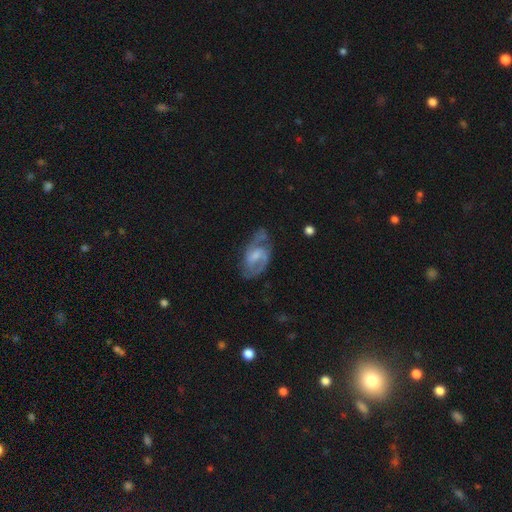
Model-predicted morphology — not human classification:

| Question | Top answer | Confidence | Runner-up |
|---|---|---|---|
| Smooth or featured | featured or disk | 82% | smooth (13%) |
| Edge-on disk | no | 97% | yes (3%) |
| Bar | weak | 56% | no (27%) |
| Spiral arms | yes | 93% | no (7%) |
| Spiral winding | medium | 55% | tight (27%) |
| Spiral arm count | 2 | 84% | can't tell (8%) |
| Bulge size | small | 41% | moderate (36%) |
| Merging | none | 65% | minor disturbance (22%) |